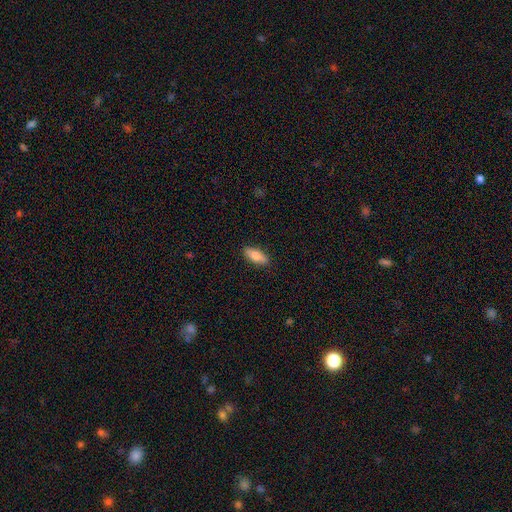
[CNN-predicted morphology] This appears to be a smooth galaxy with no disk features (79%) that is in between round and cigar-shaped (75%). Merging: none (88%).